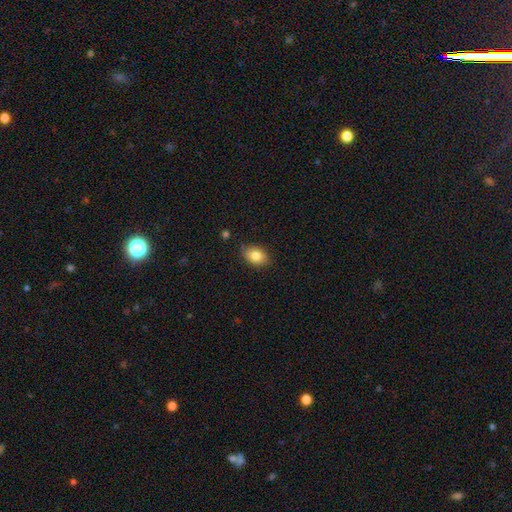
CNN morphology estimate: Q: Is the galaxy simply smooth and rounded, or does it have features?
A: smooth — 83%.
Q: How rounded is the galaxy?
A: in between — 80%.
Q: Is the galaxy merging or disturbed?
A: none — 80%.